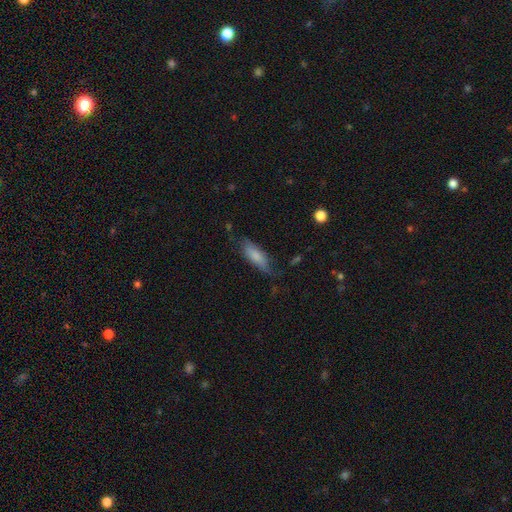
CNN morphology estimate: Smooth or featured: smooth — 74% (featured or disk — 20%)
How rounded: in between — 60% (cigar-shaped — 38%)
Merging: none — 60% (minor disturbance — 29%)